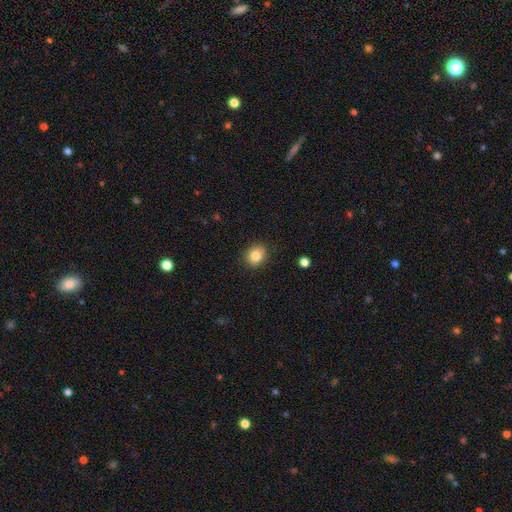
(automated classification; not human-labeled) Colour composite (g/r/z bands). It shows a smooth galaxy with no disk features (84%) that is round (66%). Merging: none (87%).